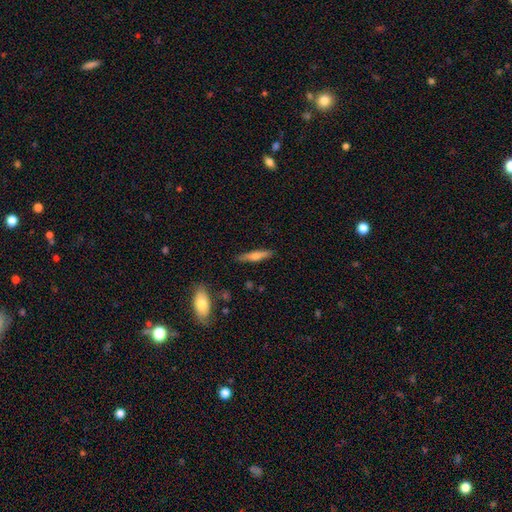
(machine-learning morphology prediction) smooth-or-featured: smooth: 53% | featured or disk: 41% | star or artifact: 6%
  how-rounded: cigar-shaped: 84% | in between: 14% | round: 2%
  merging: none: 86% | minor disturbance: 10% | major disturbance: 2% | merger: 2%